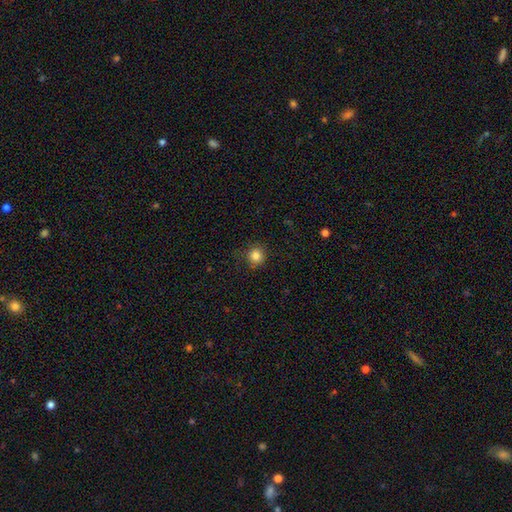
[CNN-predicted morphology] smooth 84%, star or artifact 12%, featured or disk 5%. Down the decision tree: how rounded — round (91%); merging — none (85%).